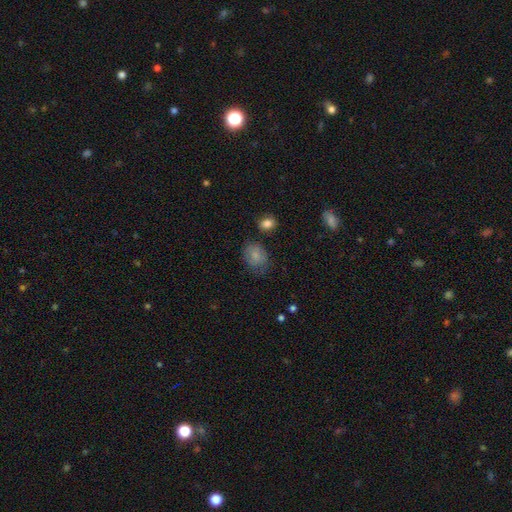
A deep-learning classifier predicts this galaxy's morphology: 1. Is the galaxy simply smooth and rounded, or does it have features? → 81% smooth, 11% featured or disk, 9% star or artifact.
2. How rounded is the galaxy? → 58% in between, 40% round, 1% cigar-shaped.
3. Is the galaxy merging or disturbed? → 64% none, 25% minor disturbance, 8% major disturbance, 3% merger.